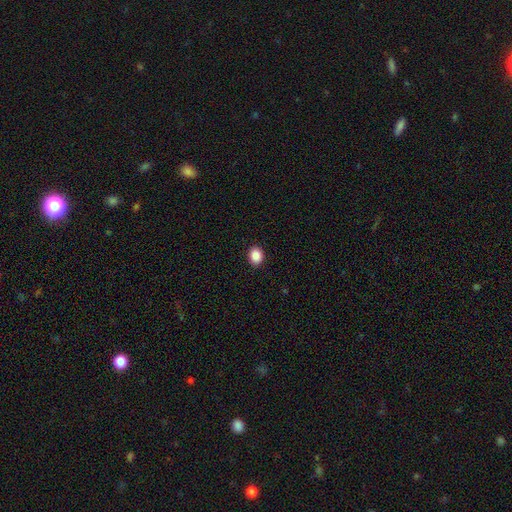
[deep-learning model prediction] smooth_or_featured: smooth (p=0.87) [alt: star or artifact p=0.09]
how_rounded: round (p=0.51) [alt: in between p=0.48]
merging: none (p=0.91) [alt: minor disturbance p=0.06]